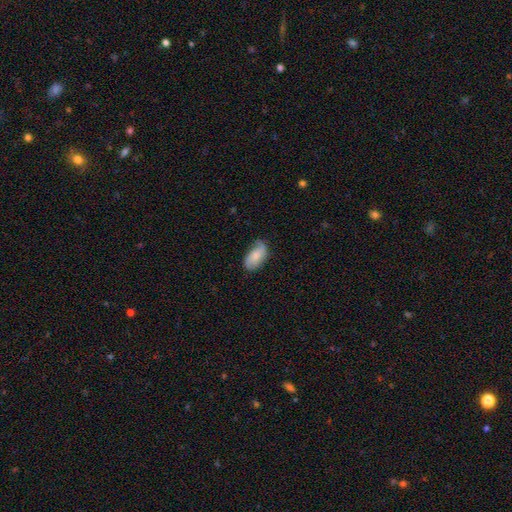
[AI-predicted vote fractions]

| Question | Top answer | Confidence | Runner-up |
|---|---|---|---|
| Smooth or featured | smooth | 70% | featured or disk (23%) |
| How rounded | in between | 93% | round (3%) |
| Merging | none | 59% | minor disturbance (31%) |